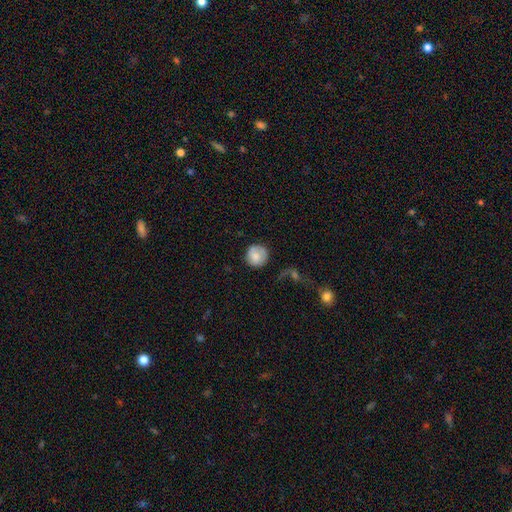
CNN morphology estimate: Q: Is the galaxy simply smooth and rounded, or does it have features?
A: smooth — 75%.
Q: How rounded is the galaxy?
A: round — 90%.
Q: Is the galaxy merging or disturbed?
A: none — 68%.